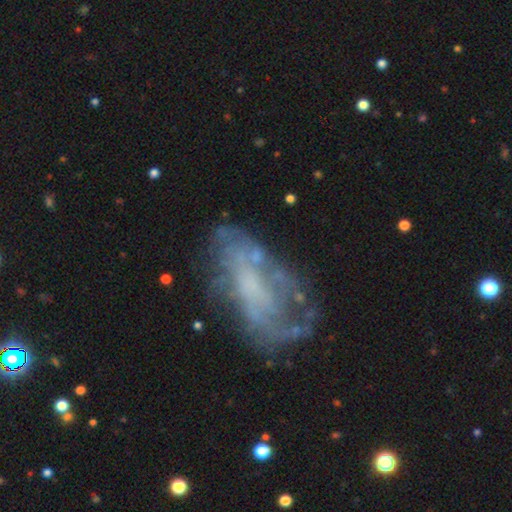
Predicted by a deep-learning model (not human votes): This appears to be a featured or disk galaxy (63%) with no bar (75%), no spiral arms (54%) and no central bulge (56%). Merging: none (42%).